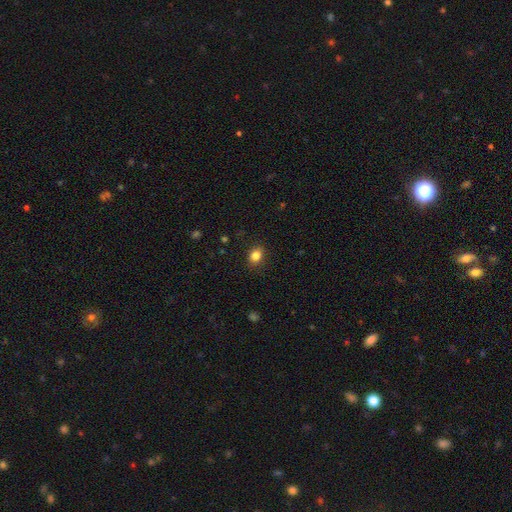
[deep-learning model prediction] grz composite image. It shows a smooth galaxy with no disk features (84%) that is round (51%). Merging: none (88%).